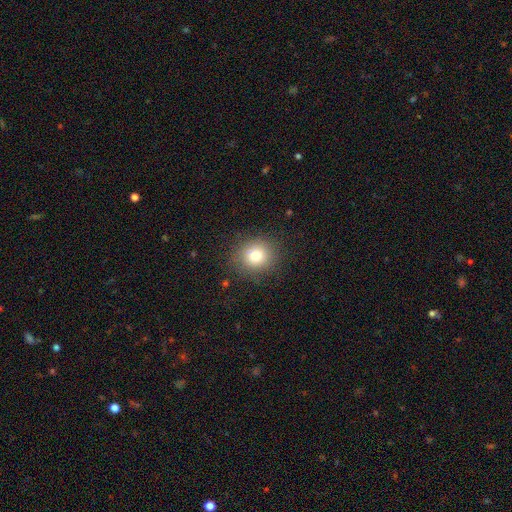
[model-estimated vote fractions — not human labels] Smooth or featured: smooth — 78% (star or artifact — 12%)
How rounded: round — 85% (in between — 14%)
Merging: none — 87% (minor disturbance — 9%)